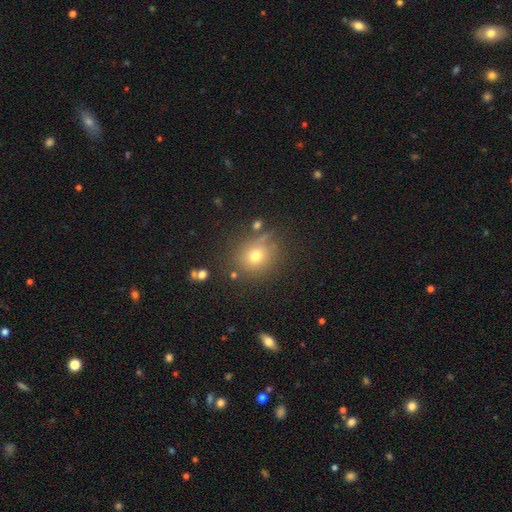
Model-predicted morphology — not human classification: Overall: smooth (70%). How rounded: round (84%). Merging: none (78%).